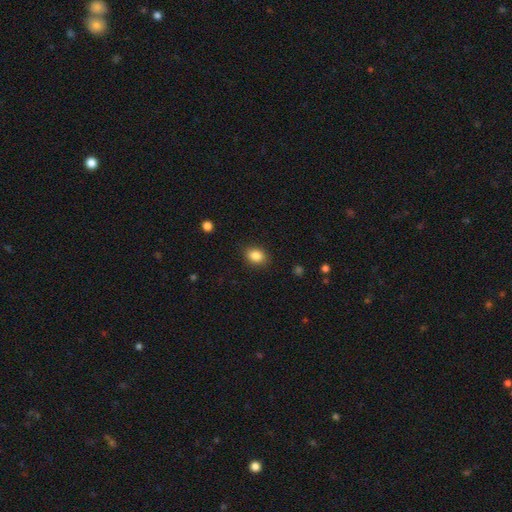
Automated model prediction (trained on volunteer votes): Smooth or featured?
  - smooth: 86% *
  - star or artifact: 9%
  - featured or disk: 5%
How rounded?
  - in between: 60% *
  - round: 39%
  - cigar-shaped: 1%
Merging?
  - none: 87% *
  - minor disturbance: 9%
  - major disturbance: 3%
  - merger: 1%